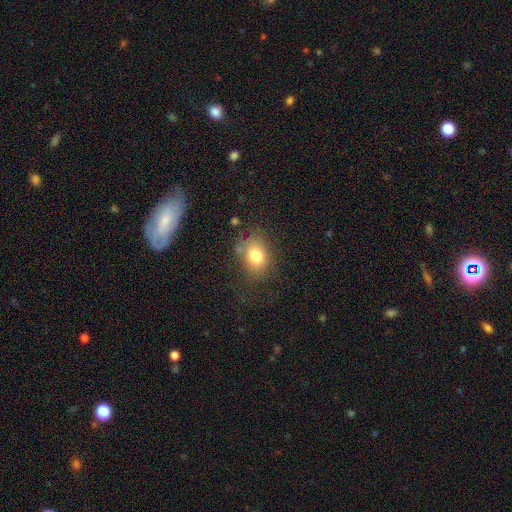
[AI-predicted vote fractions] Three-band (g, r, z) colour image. It shows a smooth galaxy with no disk features (79%) that is in between round and cigar-shaped (66%). Merging: none (67%).